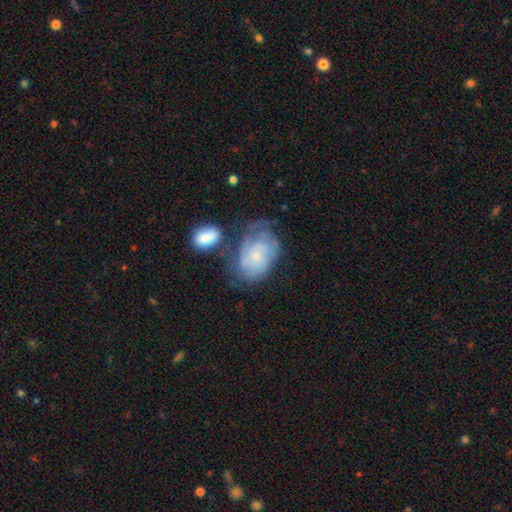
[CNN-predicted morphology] Smooth or featured? featured or disk (65%)
Edge-on disk? no (97%)
Bar? no (78%)
Spiral arms? yes (82%)
Spiral winding? tight (60%)
Spiral arm count? can't tell (55%)
Bulge size? small (75%)
Merging? none (44%)